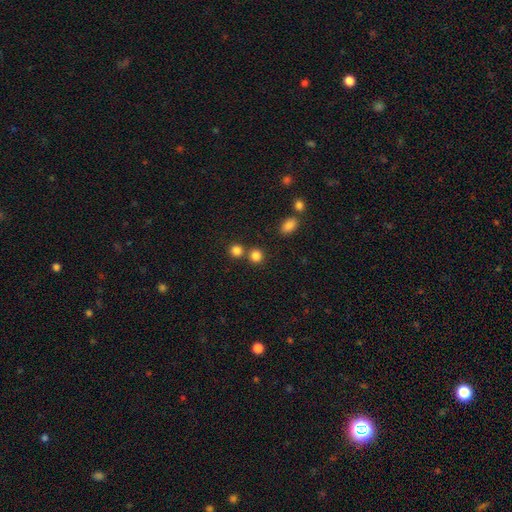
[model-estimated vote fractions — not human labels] Smooth or featured?
  - smooth: 83% *
  - star or artifact: 12%
  - featured or disk: 5%
How rounded?
  - round: 87% *
  - in between: 12%
  - cigar-shaped: 1%
Merging?
  - none: 69% *
  - merger: 22%
  - minor disturbance: 7%
  - major disturbance: 3%